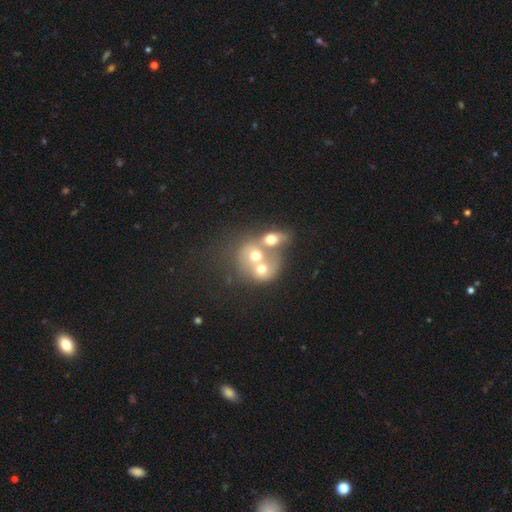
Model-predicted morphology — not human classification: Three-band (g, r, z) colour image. It shows a smooth galaxy with no disk features (55%) that is round (64%). Merging: merger (68%).